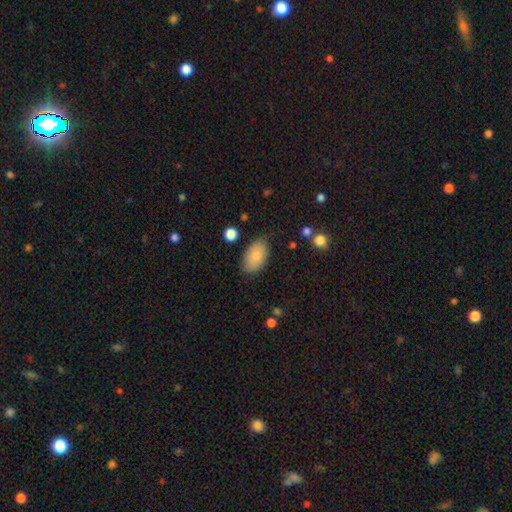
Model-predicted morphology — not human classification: The model was most divided on "merging": none: 78%, minor disturbance: 16%, major disturbance: 4%, merger: 2%. More confident: how rounded — in between (93%); smooth or featured — smooth (84%).